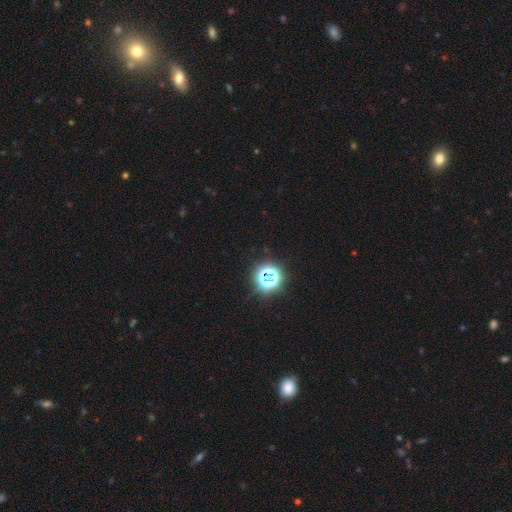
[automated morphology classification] Smooth or featured?
  - star or artifact: 76% *
  - smooth: 18%
  - featured or disk: 6%